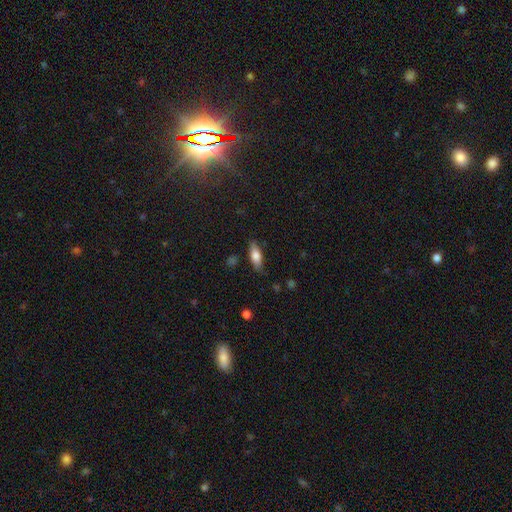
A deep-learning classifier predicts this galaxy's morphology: Overall: smooth (72%). How rounded: in between (68%; cigar-shaped 29%). Merging: none (79%).